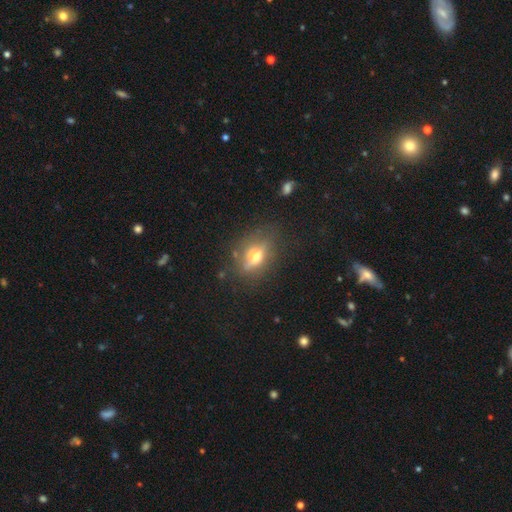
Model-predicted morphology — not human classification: Smooth or featured?
  - smooth: 47% *
  - featured or disk: 41%
  - star or artifact: 12%
Merging?
  - none: 68% *
  - minor disturbance: 19%
  - major disturbance: 9%
  - merger: 3%